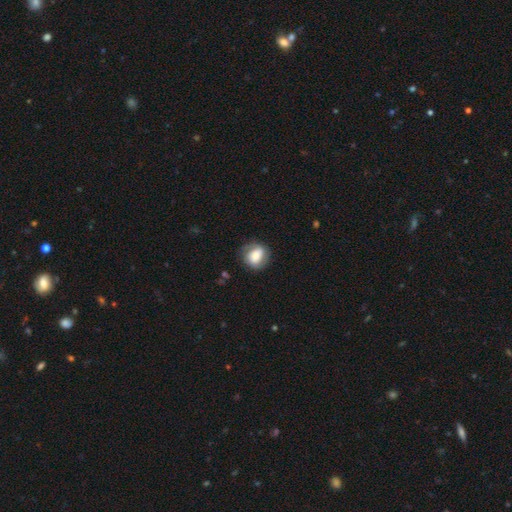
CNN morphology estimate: Overall: smooth (59%; featured or disk 33%). How rounded: round (62%; in between 36%). Merging: none (72%).